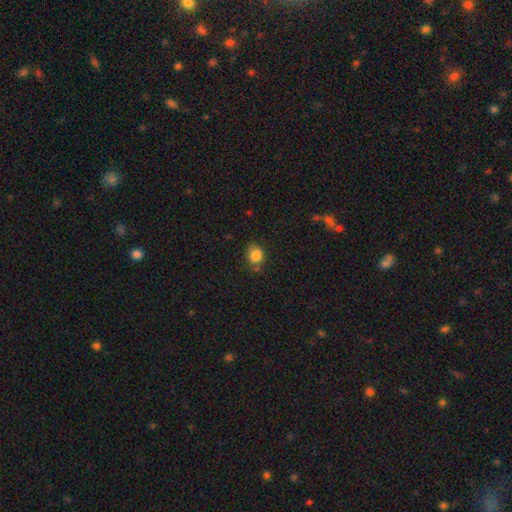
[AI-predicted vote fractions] A smooth galaxy with no disk features (84%) that is round (58%). Merging: none (66%).